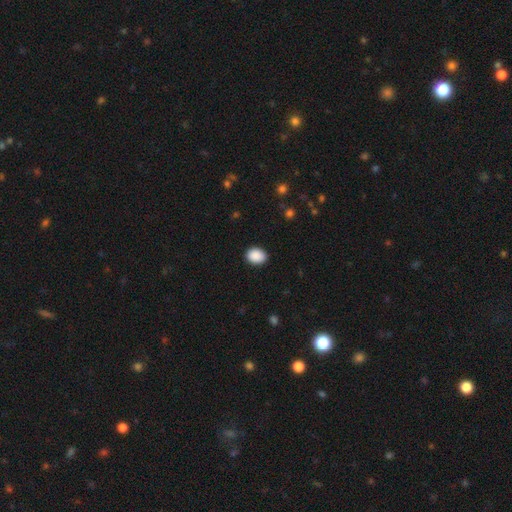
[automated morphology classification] Overall: smooth (90%). How rounded: in between (59%; round 40%). Merging: none (88%).